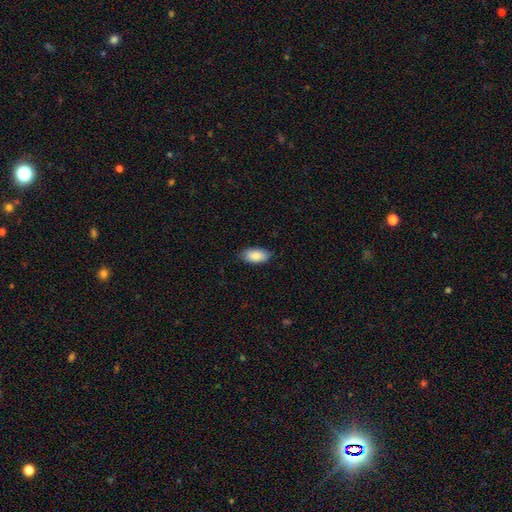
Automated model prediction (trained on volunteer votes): A smooth galaxy with no disk features (86%) that is in between round and cigar-shaped (94%).

Vote fractions:
- Smooth or featured? smooth: 86% / featured or disk: 8% / star or artifact: 6%
- How rounded? in between: 94% / cigar-shaped: 4% / round: 3%
- Merging? none: 81% / minor disturbance: 16% / major disturbance: 2% / merger: 1%